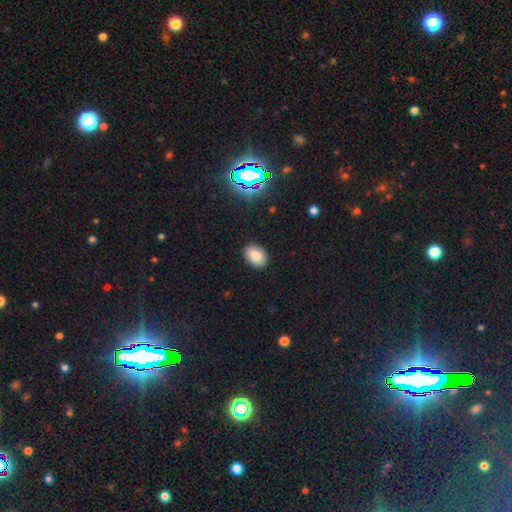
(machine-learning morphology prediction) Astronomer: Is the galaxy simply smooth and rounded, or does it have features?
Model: smooth — 82%.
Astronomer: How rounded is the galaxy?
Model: in between — 74%.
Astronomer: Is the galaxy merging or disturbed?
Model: none — 88%.